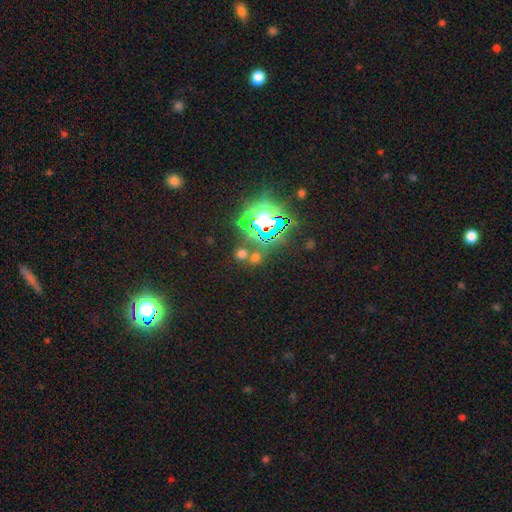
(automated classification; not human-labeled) The model was most divided on "smooth or featured": star or artifact: 73%, smooth: 19%, featured or disk: 8%.